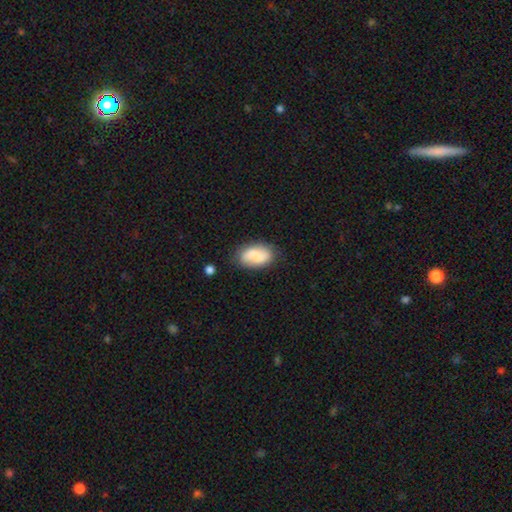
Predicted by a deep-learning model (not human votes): This appears to be a smooth galaxy with no disk features (58%) that is in between round and cigar-shaped (90%). Merging: none (77%).